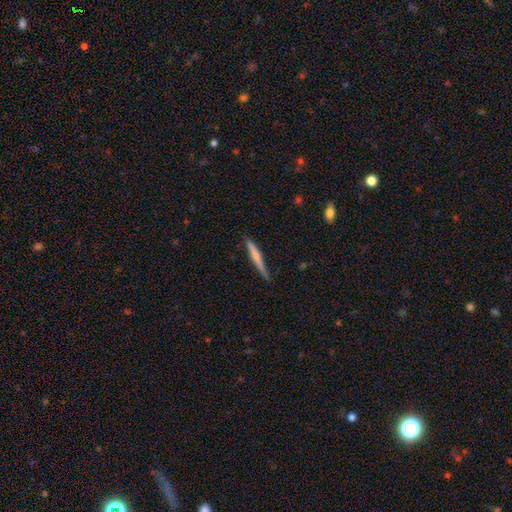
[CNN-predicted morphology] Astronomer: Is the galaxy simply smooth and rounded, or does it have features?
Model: smooth — 57% (runner-up: featured or disk, 37%).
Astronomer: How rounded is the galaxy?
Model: cigar-shaped — 95%.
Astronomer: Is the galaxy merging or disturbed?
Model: none — 81%.